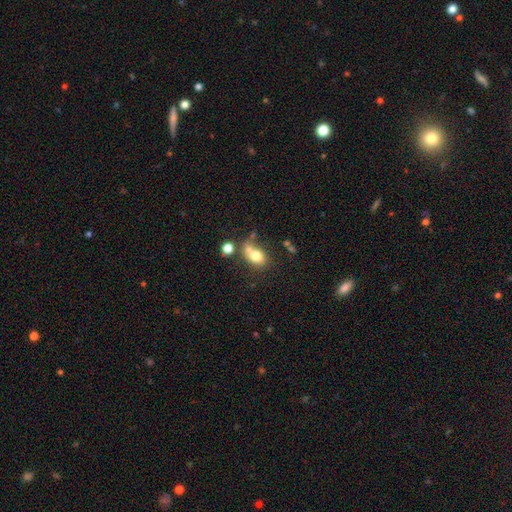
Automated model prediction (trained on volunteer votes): The model was most divided on "merging" (2-way tie): merger: 37%, none: 37%, minor disturbance: 16%, major disturbance: 11%. More confident: smooth or featured — smooth (74%); how rounded — in between (69%).